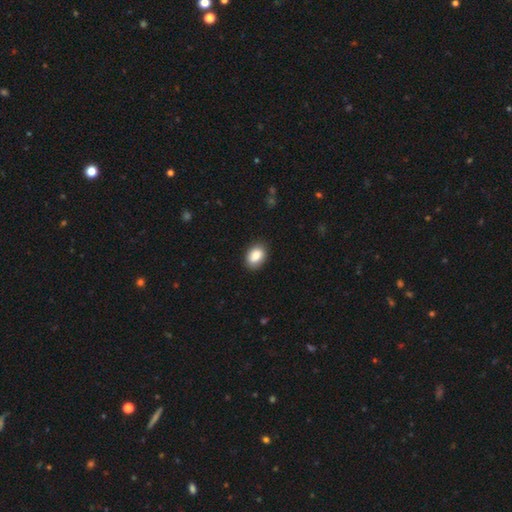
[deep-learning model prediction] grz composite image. It shows a smooth galaxy with no disk features (86%) that is in between round and cigar-shaped (78%). Merging: none (86%).